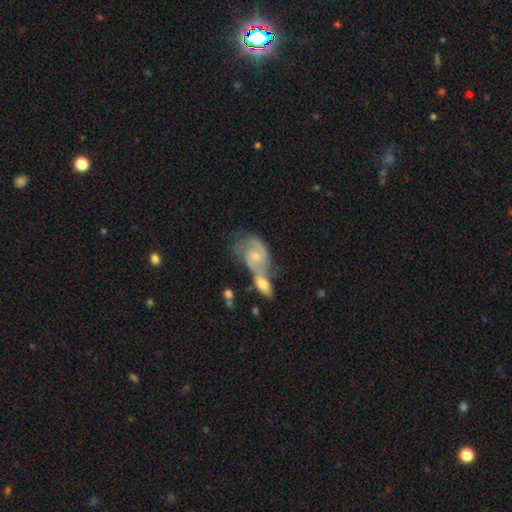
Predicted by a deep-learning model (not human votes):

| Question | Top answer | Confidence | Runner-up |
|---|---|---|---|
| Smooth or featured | featured or disk | 69% | smooth (24%) |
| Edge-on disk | no | 96% | yes (4%) |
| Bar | no | 62% | weak (33%) |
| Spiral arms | yes | 88% | no (12%) |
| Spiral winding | medium | 48% | tight (28%) |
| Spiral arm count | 2 | 74% | can't tell (14%) |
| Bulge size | small | 55% | moderate (37%) |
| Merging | merger | 60% | none (19%) |